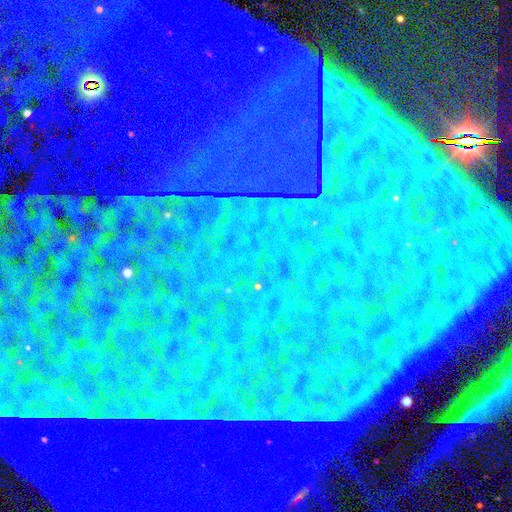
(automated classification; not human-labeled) smooth_or_featured: star or artifact (p=0.87) [alt: featured or disk p=0.07]